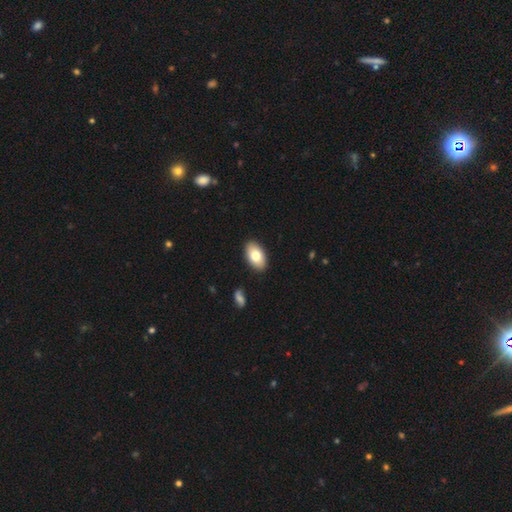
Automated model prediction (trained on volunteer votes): Smooth or featured?
  - smooth: 77% *
  - featured or disk: 17%
  - star or artifact: 7%
How rounded?
  - in between: 93% *
  - round: 5%
  - cigar-shaped: 2%
Merging?
  - none: 89% *
  - minor disturbance: 8%
  - major disturbance: 2%
  - merger: 1%